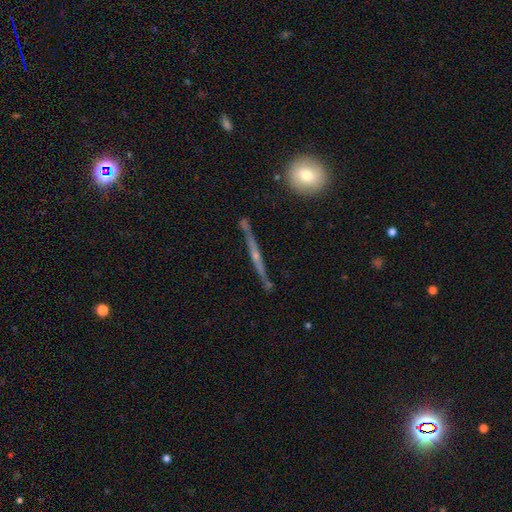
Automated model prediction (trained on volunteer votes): smooth-or-featured: featured or disk: 76% | smooth: 16% | star or artifact: 8%
  disk-edge-on: yes: 97% | no: 3%
    edge-on-bulge: rounded: 66% | none: 26% | boxy: 8%
  merging: none: 83% | minor disturbance: 11% | merger: 3% | major disturbance: 3%